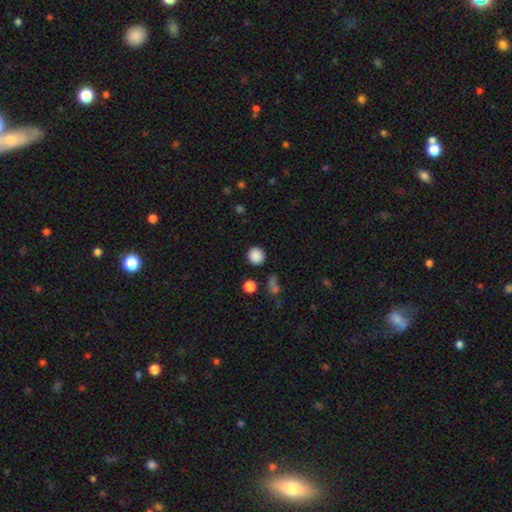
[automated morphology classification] smooth 87%, star or artifact 10%, featured or disk 3%. Down the decision tree: how rounded — round (91%); merging — none (88%).